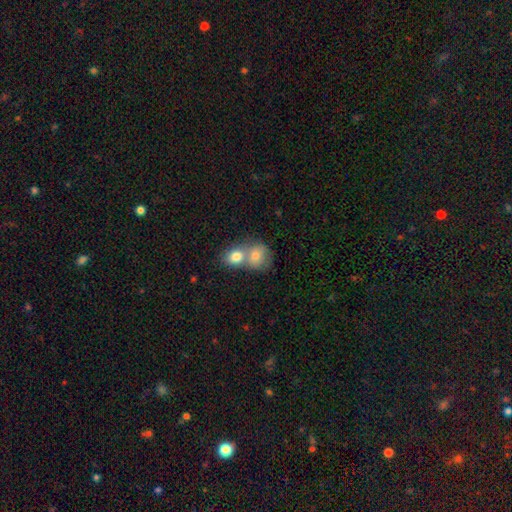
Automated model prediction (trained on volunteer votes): smooth-or-featured: smooth: 78% | featured or disk: 14% | star or artifact: 8%
  how-rounded: round: 66% | in between: 33% | cigar-shaped: 1%
  merging: merger: 67% | none: 24% | minor disturbance: 7% | major disturbance: 3%